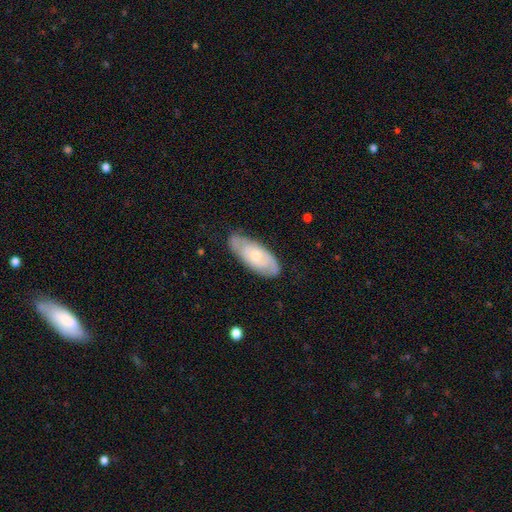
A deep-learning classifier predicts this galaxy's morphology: This appears to be a featured or disk galaxy (59%) with no bar (76%), spiral arms (75%) and a small central bulge (55%). Merging: none (74%).